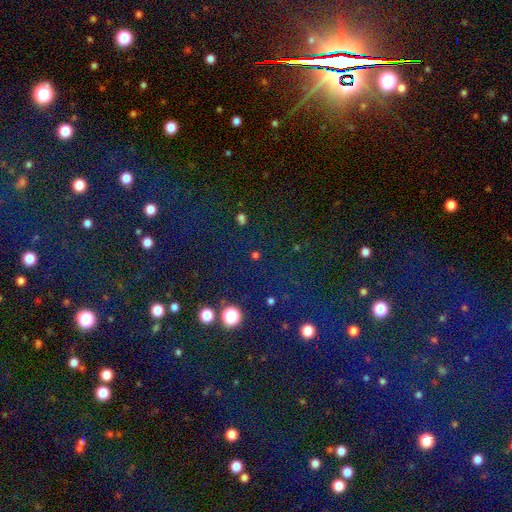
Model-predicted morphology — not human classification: star or artifact 61%, smooth 30%, featured or disk 9%.